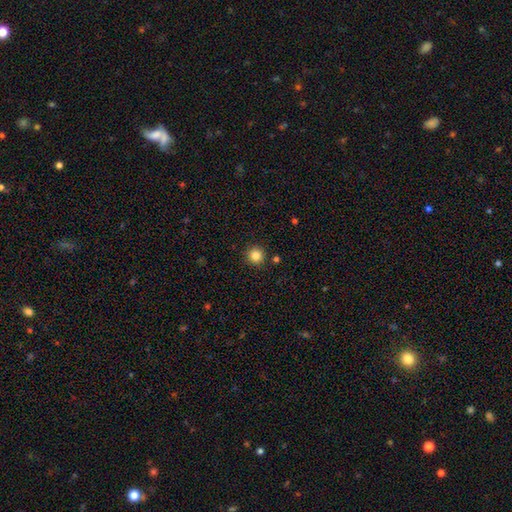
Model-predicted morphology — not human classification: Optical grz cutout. It shows a smooth galaxy with no disk features (85%) that is round (96%). Merging: none (91%).